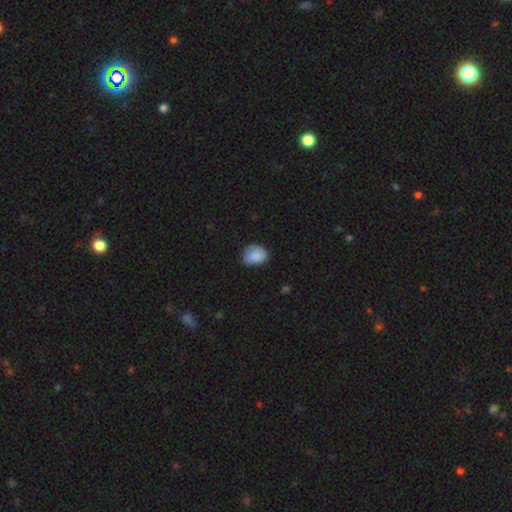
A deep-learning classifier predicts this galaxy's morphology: This appears to be a smooth galaxy with no disk features (86%) that is in between round and cigar-shaped (67%). Merging: none (66%).